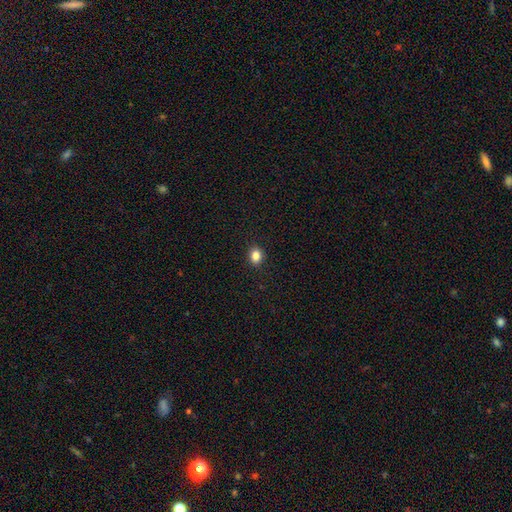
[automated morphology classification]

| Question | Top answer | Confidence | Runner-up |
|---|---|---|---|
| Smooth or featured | smooth | 85% | star or artifact (11%) |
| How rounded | round | 51% | in between (48%) |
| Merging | none | 91% | minor disturbance (7%) |